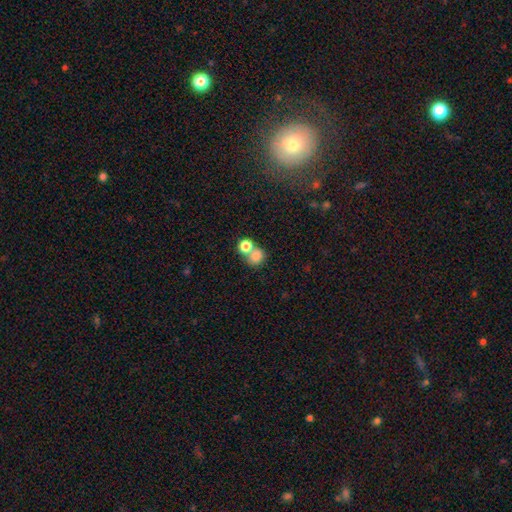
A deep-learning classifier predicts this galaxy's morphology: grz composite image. It shows a smooth galaxy with no disk features (78%) that is round (67%). Merging: merger (51%).